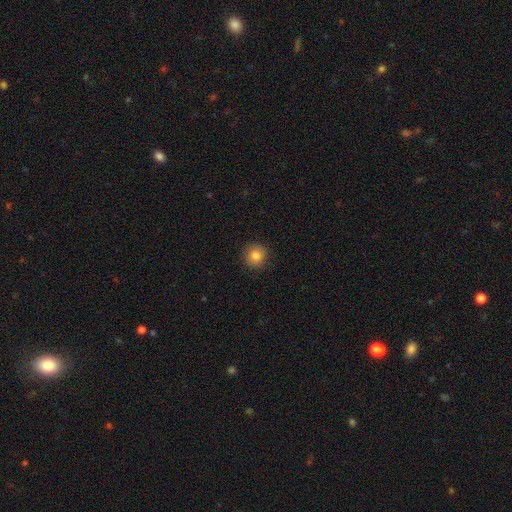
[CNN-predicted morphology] smooth 82%, star or artifact 11%, featured or disk 7%. Down the decision tree: how rounded — round (92%); merging — none (89%).